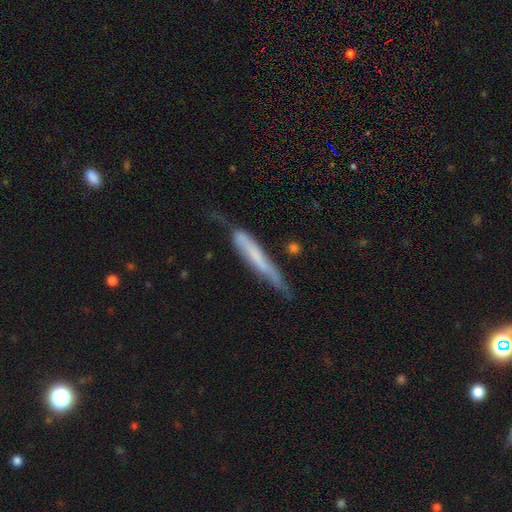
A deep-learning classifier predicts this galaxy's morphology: The model was most divided on "merging": none: 41%, minor disturbance: 35%, major disturbance: 19%, merger: 5%. More confident: how rounded — cigar-shaped (93%); smooth or featured — smooth (53%).